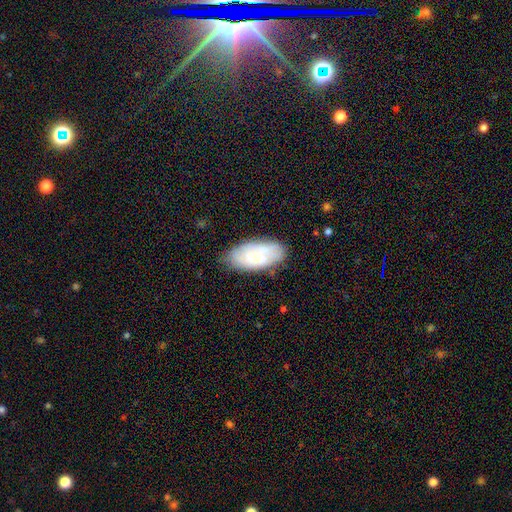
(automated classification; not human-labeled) smooth 65%, featured or disk 26%, star or artifact 8%. Down the decision tree: how rounded — in between (92%); merging — none (74%).